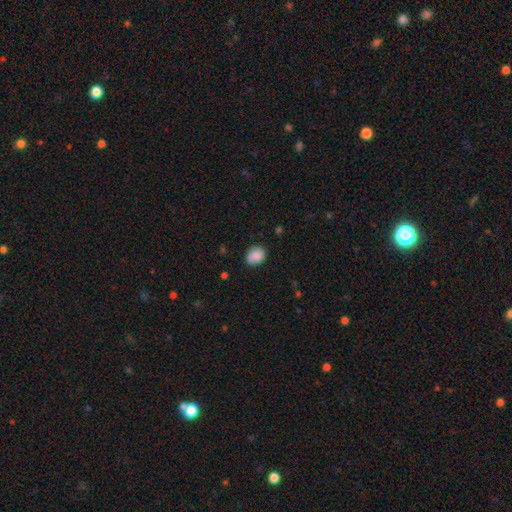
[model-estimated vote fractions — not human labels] This is clearly a smooth galaxy (83%). How rounded: possibly in between (51%). Merging: likely none (78%).